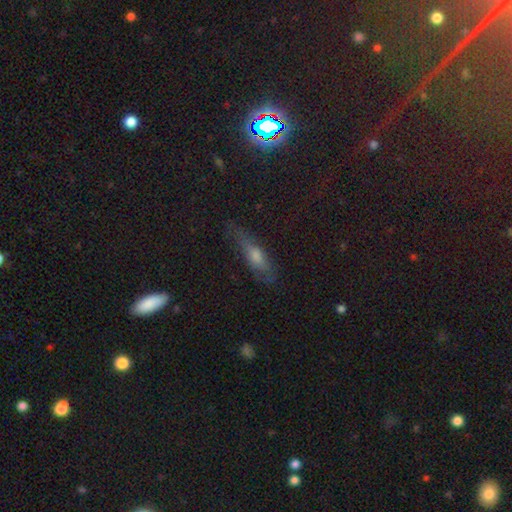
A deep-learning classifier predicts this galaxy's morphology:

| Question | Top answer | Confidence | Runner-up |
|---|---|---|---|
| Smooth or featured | smooth | 47% | featured or disk (37%) |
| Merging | none | 65% | minor disturbance (24%) |